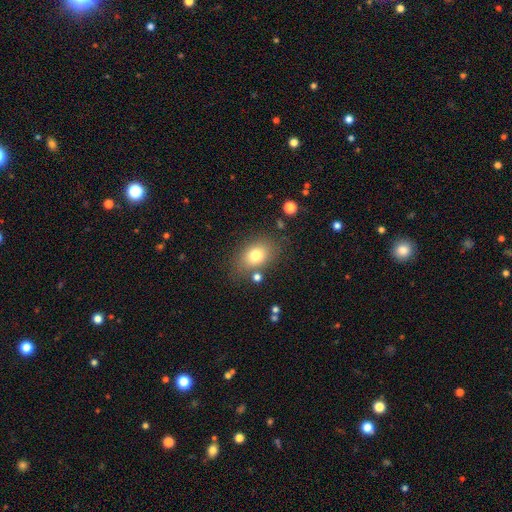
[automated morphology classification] type=smooth (77%); roundness=in between (76%); merging=none (75%).